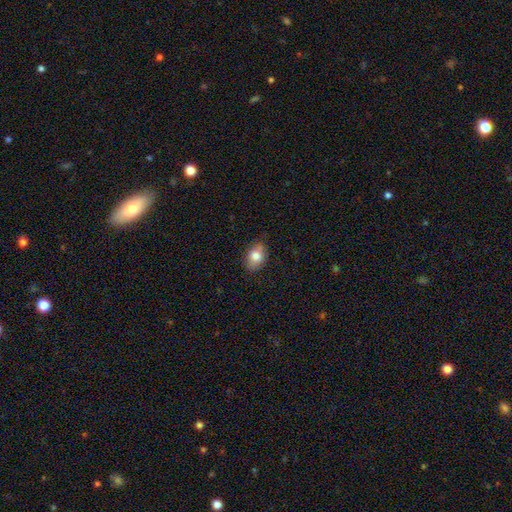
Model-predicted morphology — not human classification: Smooth or featured? smooth (80%)
How rounded? in between (79%)
Merging? none (80%)